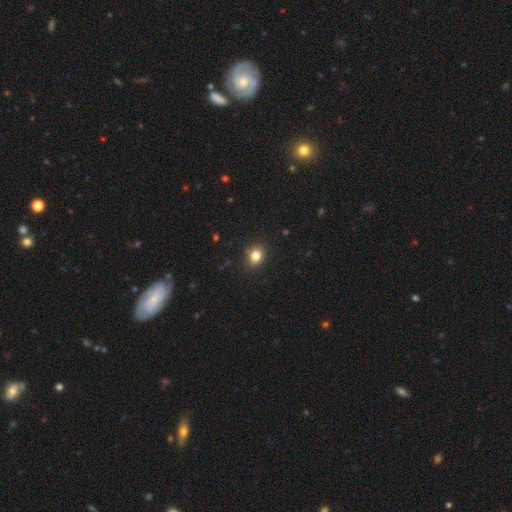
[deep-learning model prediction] Smooth or featured? Predicted: smooth (p=0.81). How rounded? Predicted: round (p=0.59). Merging? Predicted: none (p=0.86).